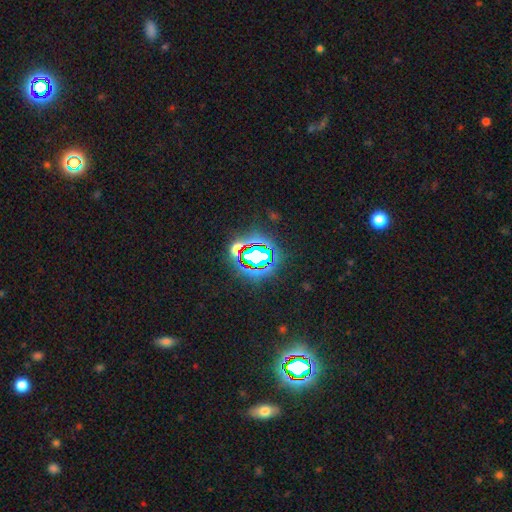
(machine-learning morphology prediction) This is likely a star or artifact rather than a galaxy (75%).